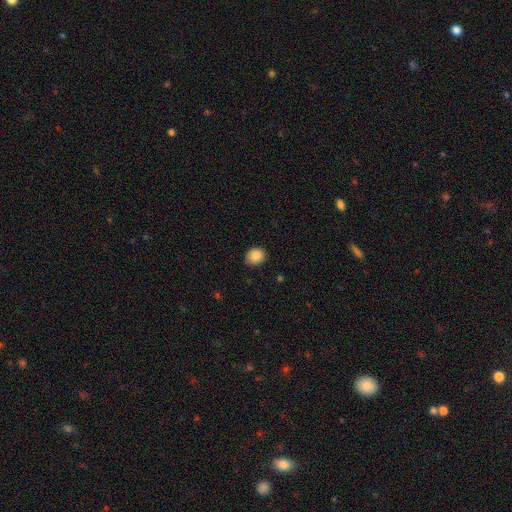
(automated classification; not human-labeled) Morphology: type=smooth (88%); roundness=round (63%); merging=none (81%).